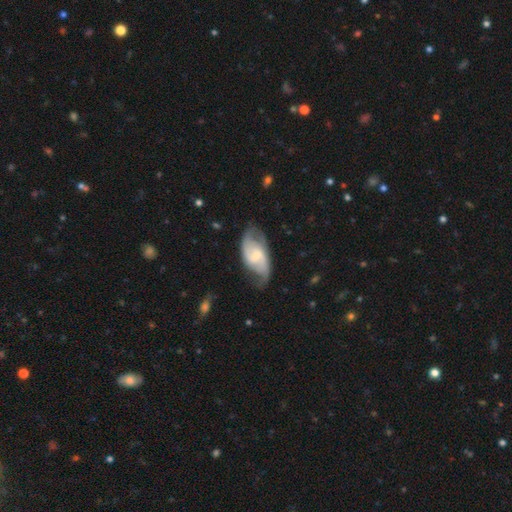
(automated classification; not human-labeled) Overall: featured or disk (74%). Edge-on disk: no (96%). Bar: weak (54%; no 29%). Spiral arms: yes (91%). Spiral arm count: 2 (84%). Spiral winding: medium (44%; loose 39%). Bulge size: small (46%; moderate 32%). Merging: none (59%; minor disturbance 25%).